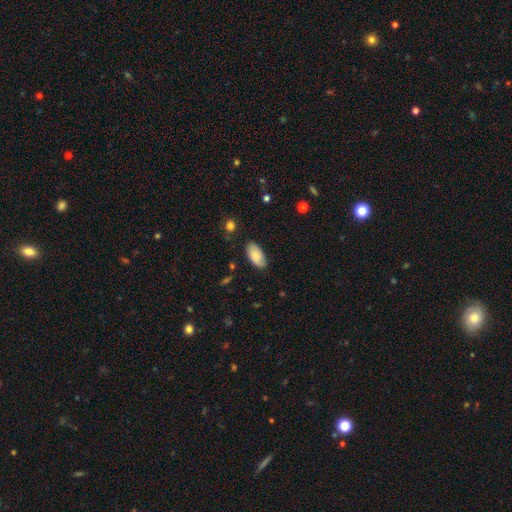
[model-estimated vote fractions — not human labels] Smooth or featured? Predicted: smooth (p=0.83). How rounded? Predicted: in between (p=0.95). Merging? Predicted: none (p=0.81).